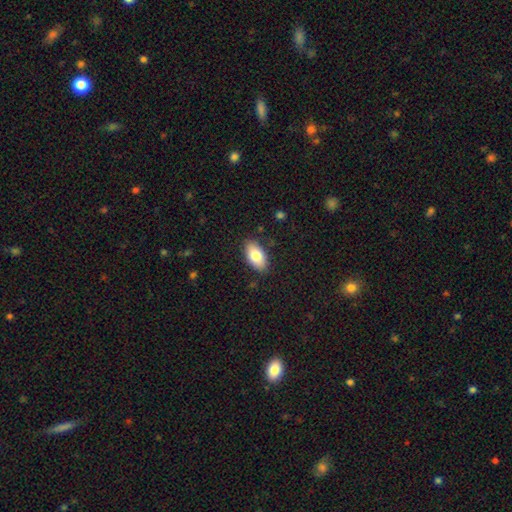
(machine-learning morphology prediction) The model was most divided on "smooth or featured": smooth: 81%, featured or disk: 13%, star or artifact: 7%. More confident: how rounded — in between (93%); merging — none (86%).